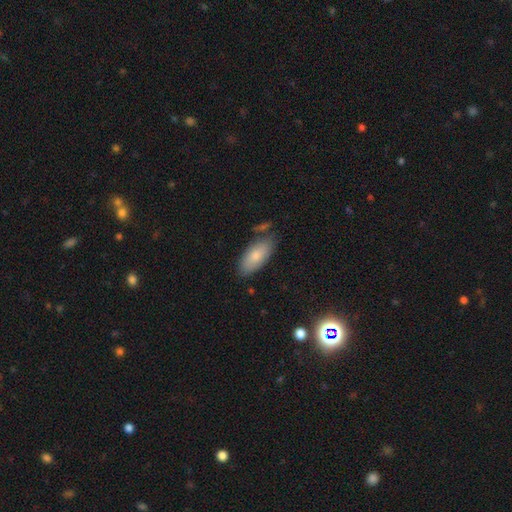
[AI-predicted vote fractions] smooth 79%, featured or disk 14%, star or artifact 6%. Down the decision tree: how rounded — in between (88%); merging — none (73%).